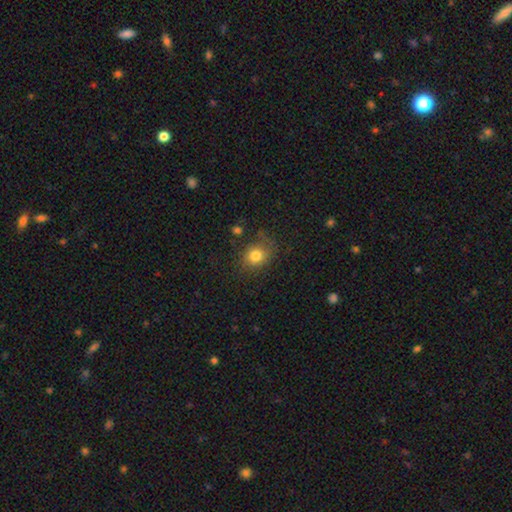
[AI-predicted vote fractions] smooth 79%, star or artifact 12%, featured or disk 9%. Down the decision tree: how rounded — round (61%); merging — none (72%).